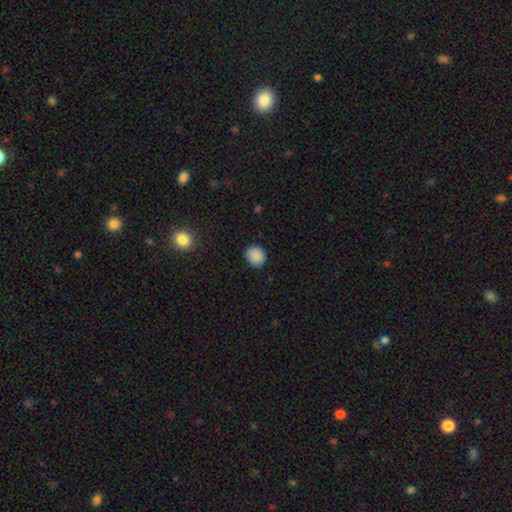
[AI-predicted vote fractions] Smooth or featured: smooth — 88% (star or artifact — 9%)
How rounded: round — 82% (in between — 17%)
Merging: none — 88% (minor disturbance — 9%)